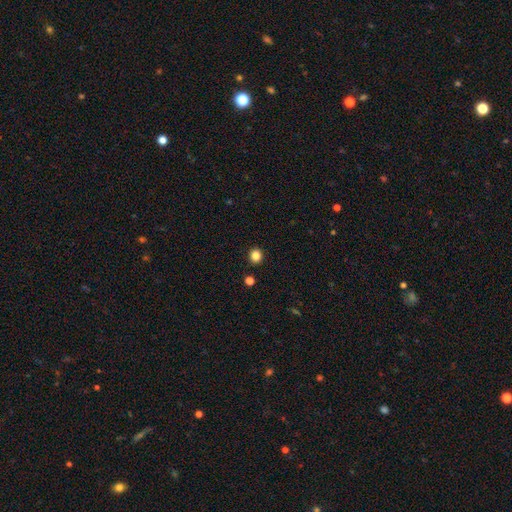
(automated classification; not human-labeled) Morphology: type=smooth (84%); roundness=round (88%); merging=none (92%).